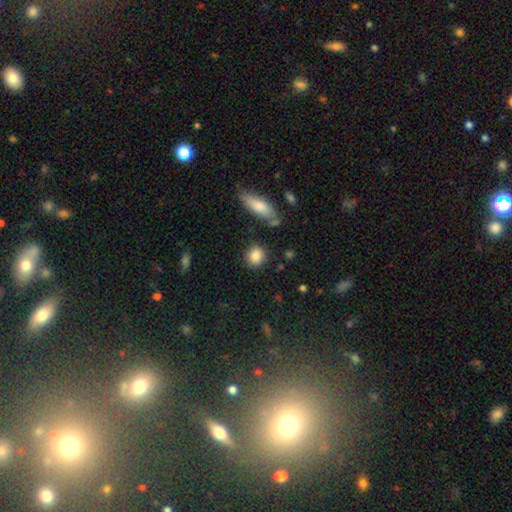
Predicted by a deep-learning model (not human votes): Smooth or featured: smooth — 87% (star or artifact — 8%)
How rounded: round — 76% (in between — 21%)
Merging: none — 85% (minor disturbance — 9%)